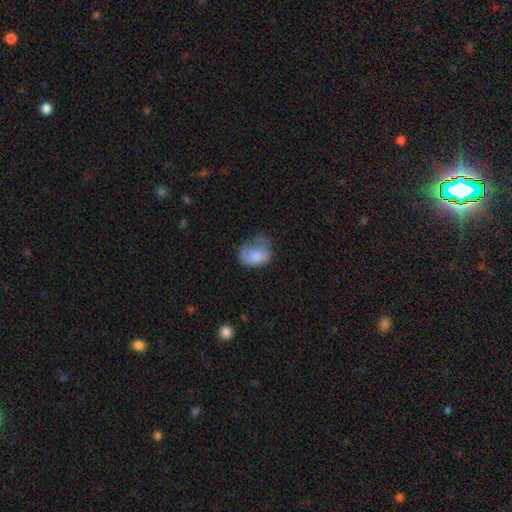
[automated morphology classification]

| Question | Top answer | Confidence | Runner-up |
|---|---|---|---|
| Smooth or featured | smooth | 75% | featured or disk (17%) |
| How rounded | in between | 71% | round (28%) |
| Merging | major disturbance | 35% | minor disturbance (33%) |